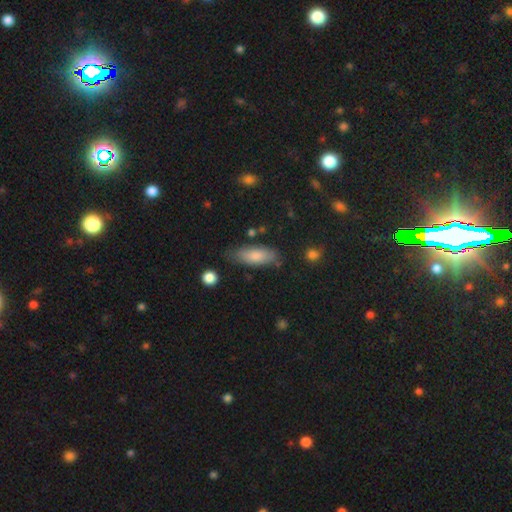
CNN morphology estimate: smooth_or_featured: smooth (p=0.79) [alt: featured or disk p=0.14]
how_rounded: in between (p=0.78) [alt: cigar-shaped p=0.20]
merging: none (p=0.69) [alt: minor disturbance p=0.22]